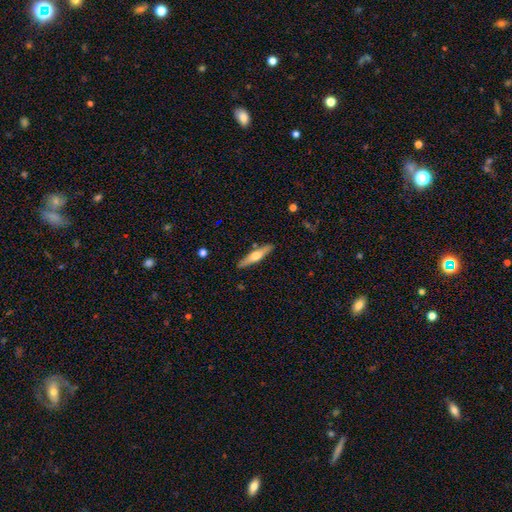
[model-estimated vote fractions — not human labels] A featured or disk galaxy (50%). Merging: none (88%).